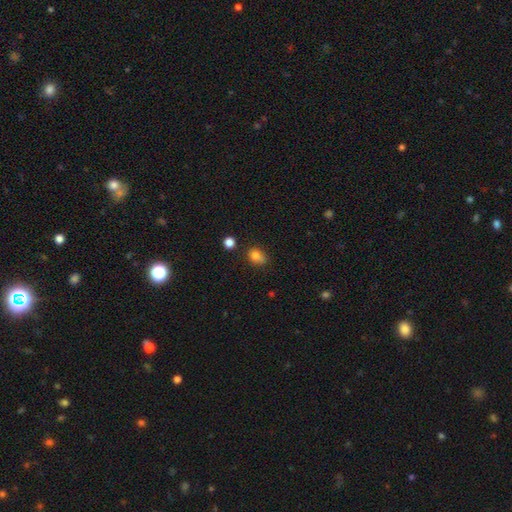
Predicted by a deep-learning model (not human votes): smooth_or_featured: smooth (p=0.80) [alt: star or artifact p=0.12]
how_rounded: in between (p=0.56) [alt: round p=0.43]
merging: none (p=0.58) [alt: minor disturbance p=0.28]